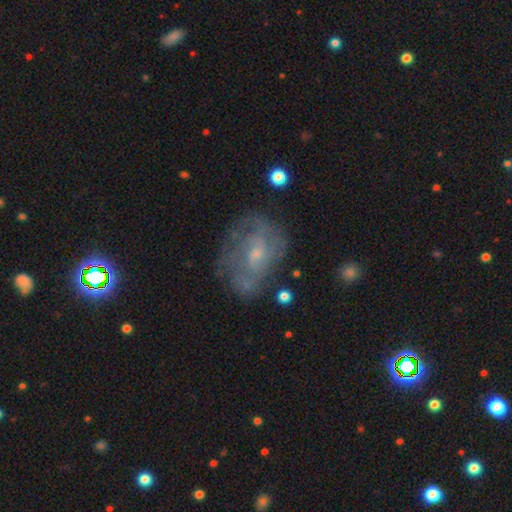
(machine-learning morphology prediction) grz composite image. It shows a featured or disk galaxy (68%) with no bar (59%), spiral arms (65%) and a small central bulge (62%). Merging: none (59%).